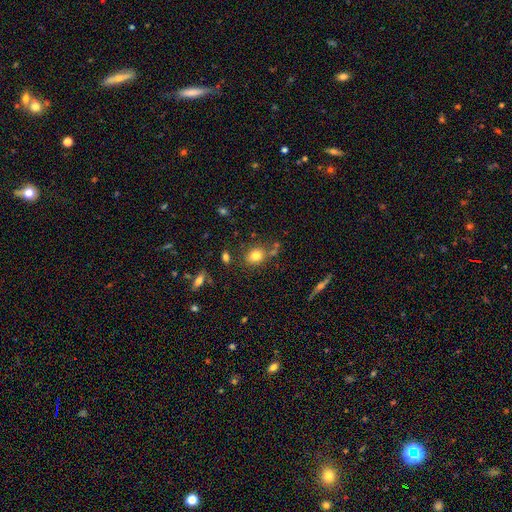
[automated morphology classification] type=smooth (79%); roundness=round (54%); merging=none (73%).